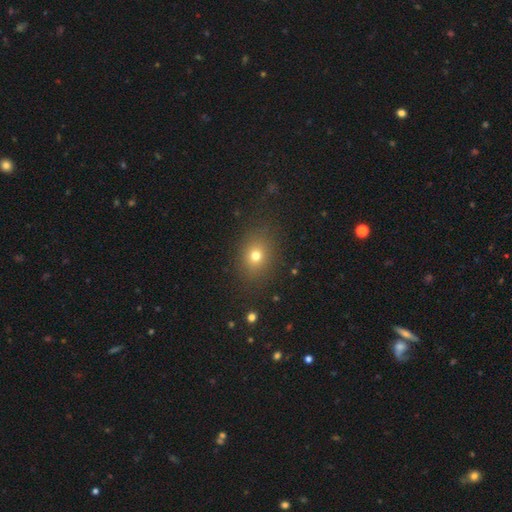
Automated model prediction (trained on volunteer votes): smooth_or_featured: smooth (p=0.73) [alt: star or artifact p=0.16]
how_rounded: round (p=0.55) [alt: in between p=0.44]
merging: none (p=0.84) [alt: minor disturbance p=0.10]